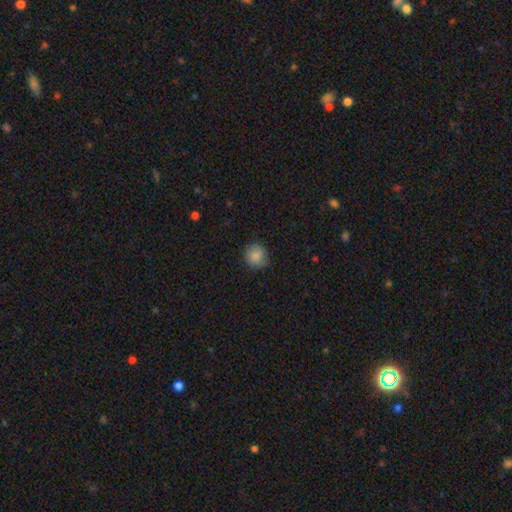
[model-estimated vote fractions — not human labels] Overall: smooth (86%). How rounded: round (87%). Merging: none (81%).